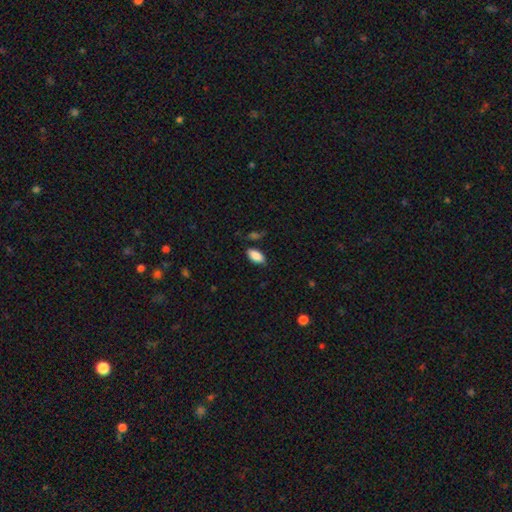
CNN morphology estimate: Overall: smooth (88%). How rounded: in between (93%). Merging: none (81%).